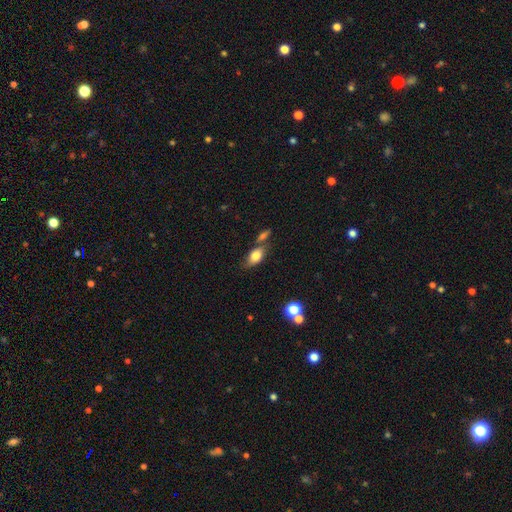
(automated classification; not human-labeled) Smooth or featured?
  - smooth: 76% *
  - featured or disk: 16%
  - star or artifact: 9%
How rounded?
  - in between: 84% *
  - round: 10%
  - cigar-shaped: 6%
Merging?
  - none: 52% *
  - merger: 26%
  - minor disturbance: 17%
  - major disturbance: 6%